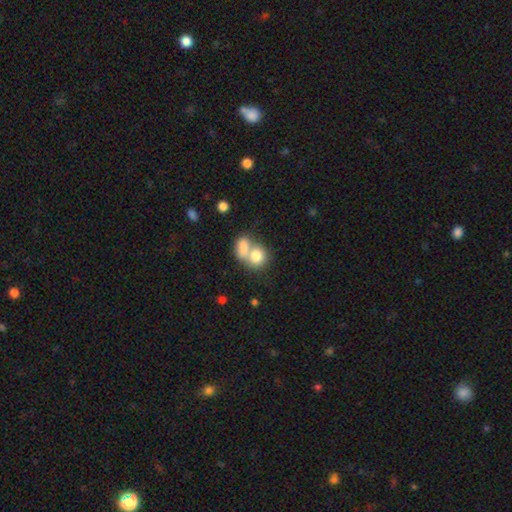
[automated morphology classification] Smooth or featured? Predicted: smooth (p=0.78). How rounded? Predicted: round (p=0.61). Merging? Predicted: merger (p=0.65).